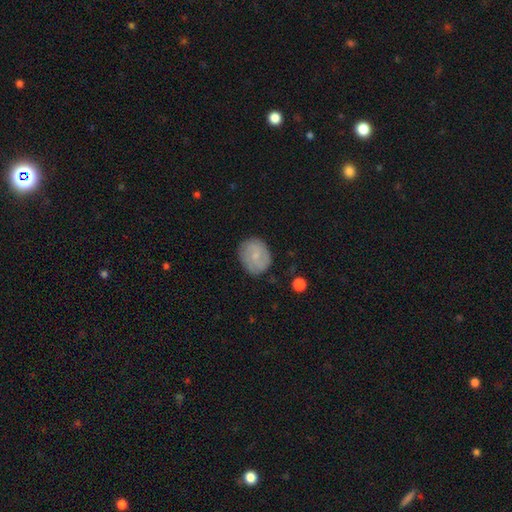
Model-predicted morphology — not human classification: Smooth or featured? smooth (60%)
How rounded? round (60%)
Merging? none (78%)